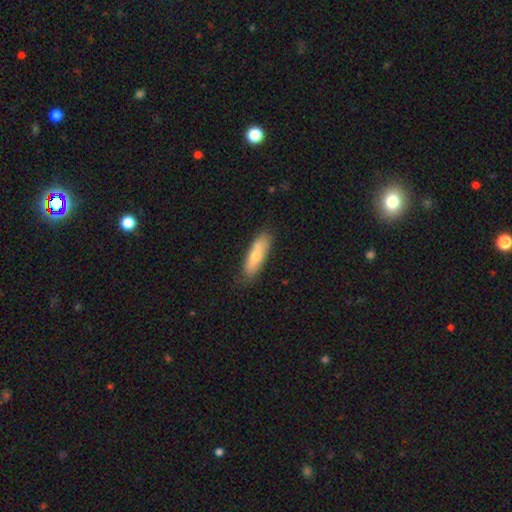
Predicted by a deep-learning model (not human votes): Overall: smooth (67%). How rounded: cigar-shaped (54%; in between 44%). Merging: none (76%).